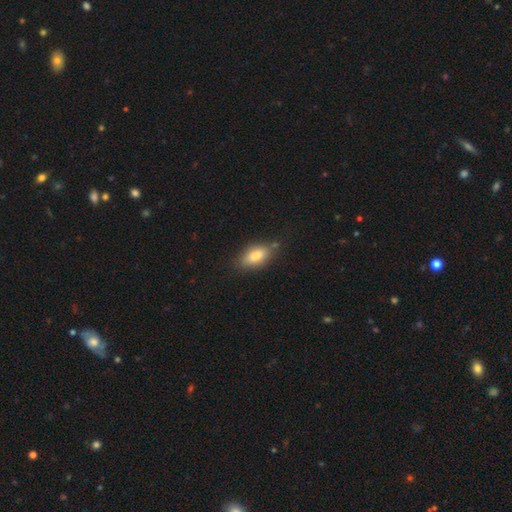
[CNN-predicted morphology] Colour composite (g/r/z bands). It shows a smooth galaxy with no disk features (80%) that is in between round and cigar-shaped (86%). Merging: none (75%).